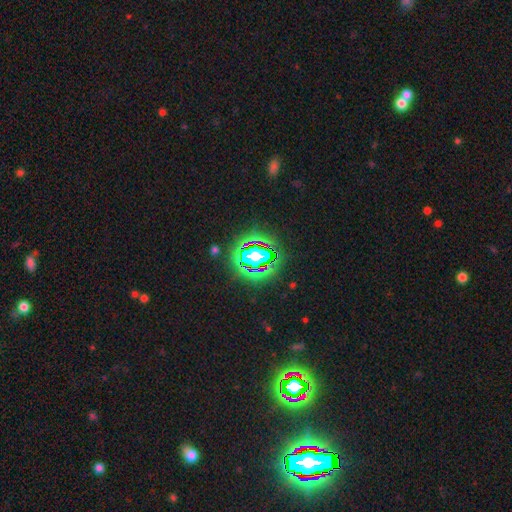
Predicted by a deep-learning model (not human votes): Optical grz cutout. It shows a star or artifact, not a galaxy (79%).